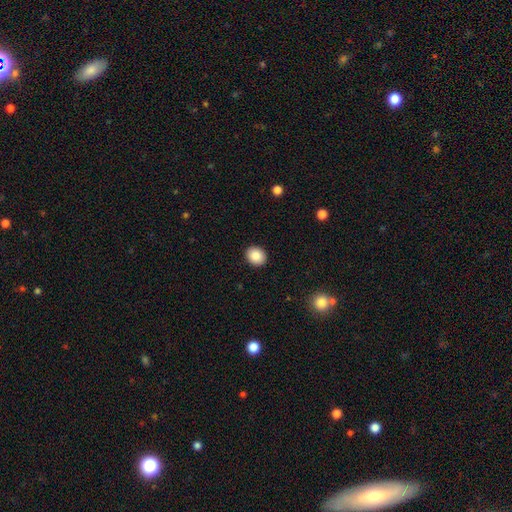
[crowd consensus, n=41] Smooth or featured?
  - smooth: 83% *
  - star or artifact: 10%
  - featured or disk: 7%
How rounded?
  - round: 65% *
  - in between: 35%
  - cigar-shaped: 0%
Merging?
  - none: 84% *
  - minor disturbance: 8%
  - merger: 5%
  - major disturbance: 3%